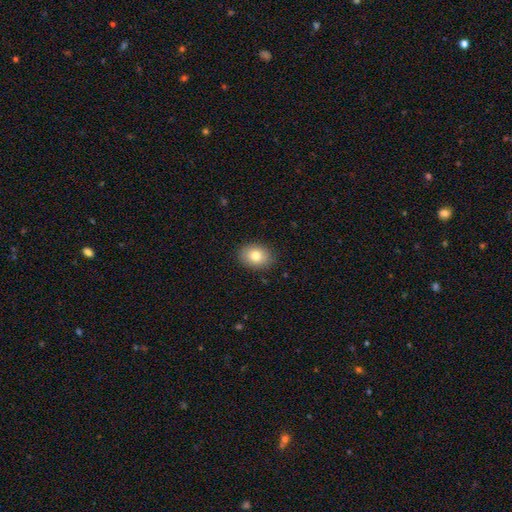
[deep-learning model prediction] Q: Smooth or featured?
A: smooth (80%); runner-up: featured or disk (11%)
Q: How rounded?
A: in between (63%); runner-up: round (36%)
Q: Merging?
A: none (88%); runner-up: minor disturbance (9%)